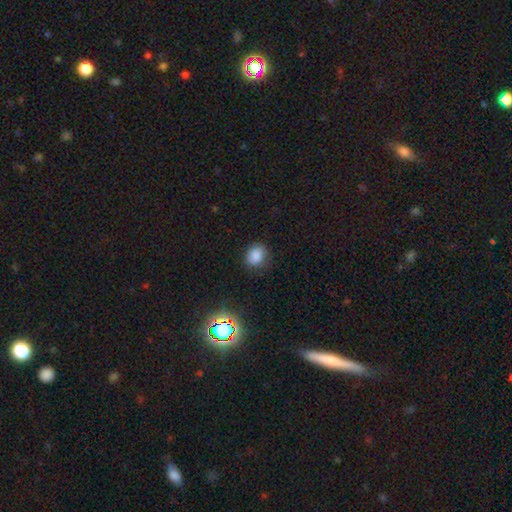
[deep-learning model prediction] A smooth galaxy with no disk features (83%) that is round (58%). Merging: none (79%).